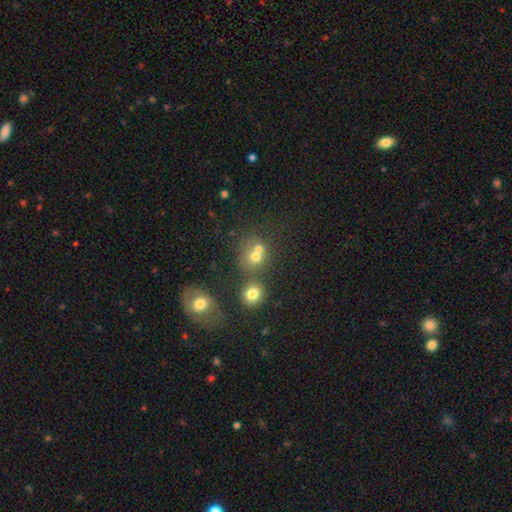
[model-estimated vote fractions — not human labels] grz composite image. It shows a smooth galaxy with no disk features (69%) that is round (78%). Merging: none (46%).